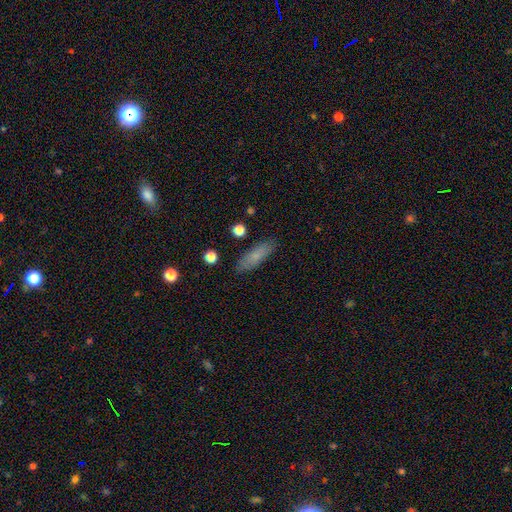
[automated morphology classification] A smooth galaxy with no disk features (77%) that is cigar-shaped (52%). Merging: none (87%).